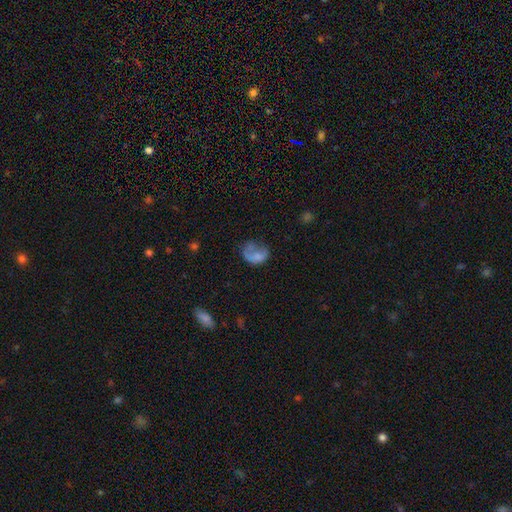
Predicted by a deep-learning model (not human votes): Overall: smooth (58%; featured or disk 32%). How rounded: in between (64%; round 35%). Merging: major disturbance (44%; none 26%).